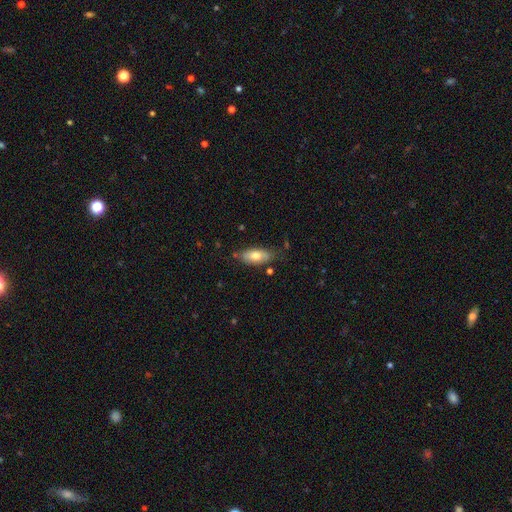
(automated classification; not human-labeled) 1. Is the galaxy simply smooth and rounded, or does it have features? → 71% smooth, 23% featured or disk, 7% star or artifact.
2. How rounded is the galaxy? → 83% in between, 14% cigar-shaped, 3% round.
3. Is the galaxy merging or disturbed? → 75% none, 19% minor disturbance, 3% major disturbance, 3% merger.